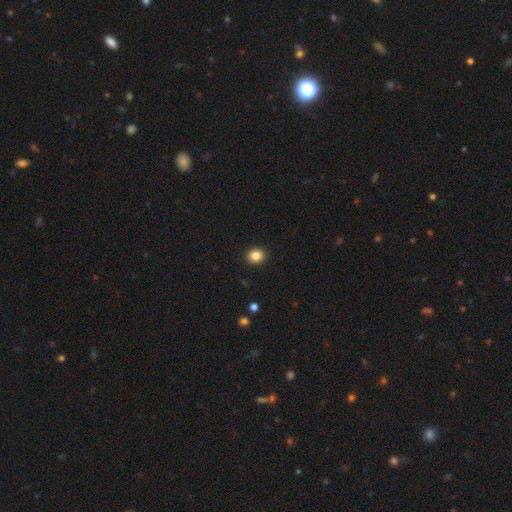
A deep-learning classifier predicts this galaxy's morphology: Overall: smooth (86%). How rounded: round (64%; in between 35%). Merging: none (92%).